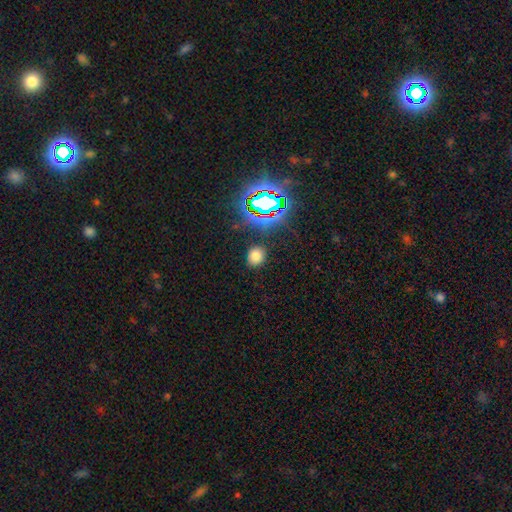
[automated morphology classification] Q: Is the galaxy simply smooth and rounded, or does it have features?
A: smooth — 71%.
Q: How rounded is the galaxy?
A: round — 64%.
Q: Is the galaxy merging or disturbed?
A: none — 85%.